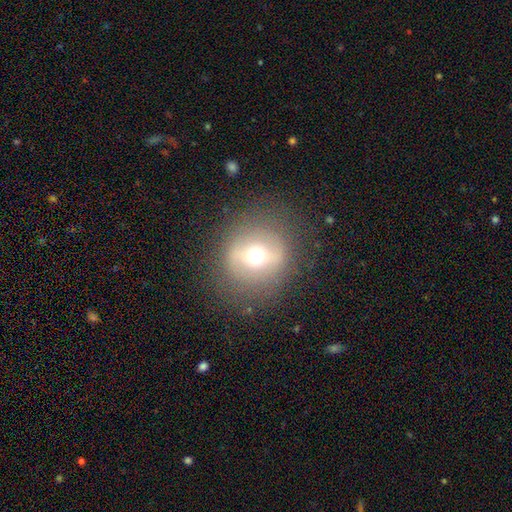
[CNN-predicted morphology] Smooth or featured? Predicted: smooth (p=0.45). Merging? Predicted: none (p=0.81).